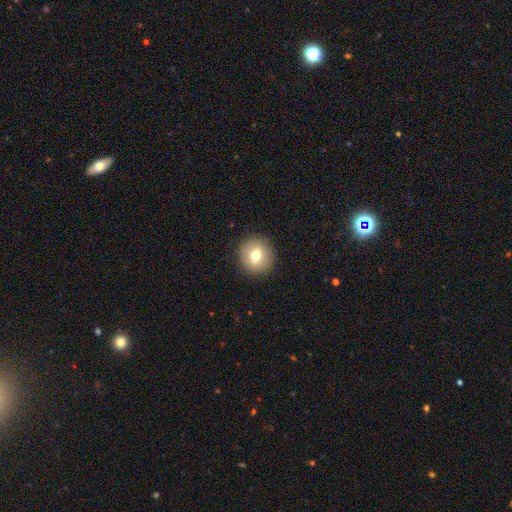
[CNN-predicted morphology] Smooth or featured?
  - smooth: 73% *
  - featured or disk: 17%
  - star or artifact: 10%
How rounded?
  - round: 92% *
  - in between: 7%
  - cigar-shaped: 1%
Merging?
  - none: 91% *
  - minor disturbance: 6%
  - major disturbance: 2%
  - merger: 1%